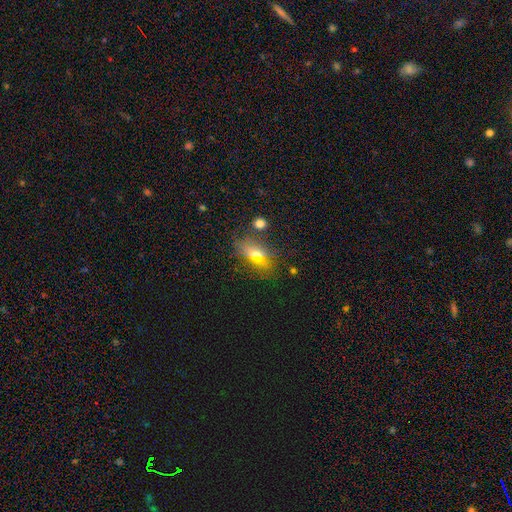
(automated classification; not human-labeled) Smooth or featured? Predicted: smooth (p=0.45). Merging? Predicted: none (p=0.71).